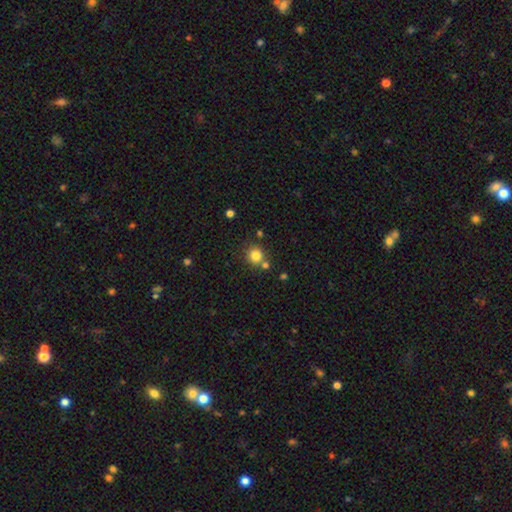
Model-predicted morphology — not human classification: The model was most divided on "merging": none: 72%, merger: 16%, minor disturbance: 9%, major disturbance: 3%. More confident: how rounded — round (91%); smooth or featured — smooth (82%).